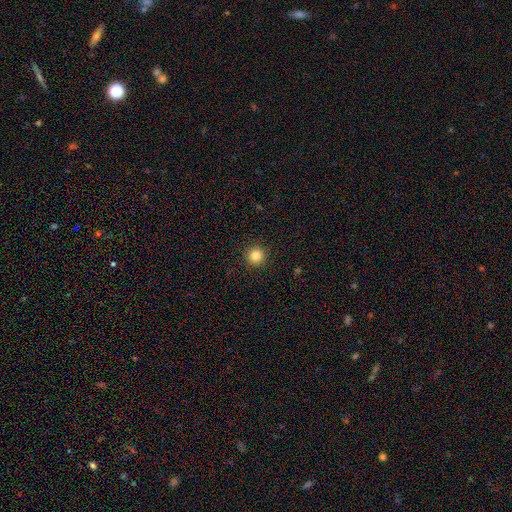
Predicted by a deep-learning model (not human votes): smooth 83%, star or artifact 12%, featured or disk 5%. Down the decision tree: how rounded — round (96%); merging — none (93%).